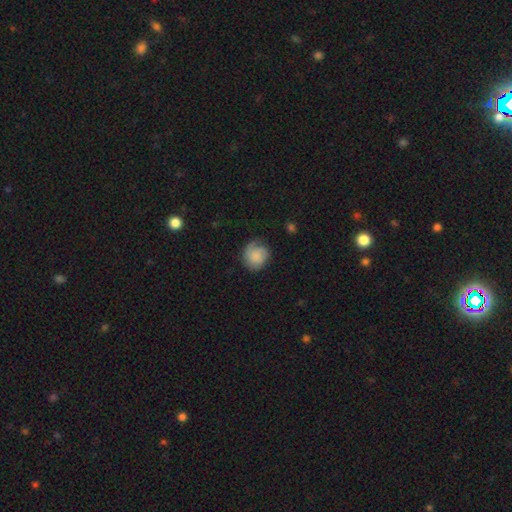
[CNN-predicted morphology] Smooth or featured? smooth (66%)
How rounded? round (77%)
Merging? none (64%)